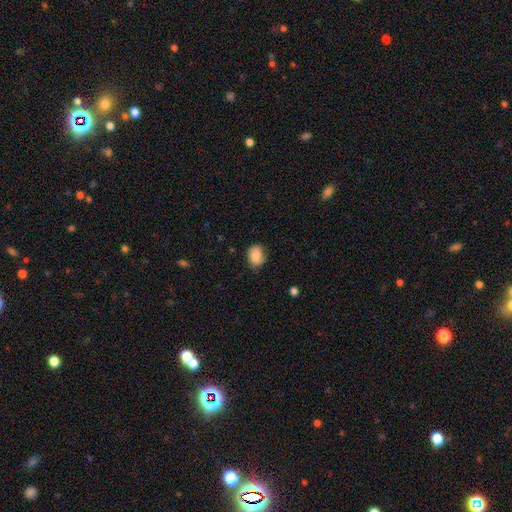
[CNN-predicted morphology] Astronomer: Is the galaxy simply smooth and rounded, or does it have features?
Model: smooth — 86%.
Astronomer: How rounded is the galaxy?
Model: in between — 61% (runner-up: round, 38%).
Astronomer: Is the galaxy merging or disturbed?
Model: none — 76%.